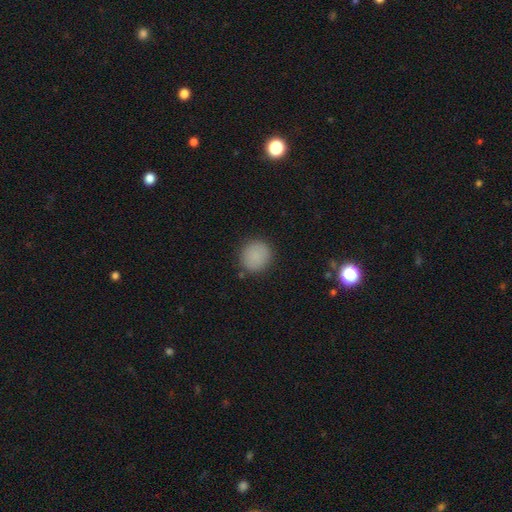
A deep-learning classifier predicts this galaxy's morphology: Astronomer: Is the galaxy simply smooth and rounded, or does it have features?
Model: smooth — 87%.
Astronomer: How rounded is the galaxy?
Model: round — 89%.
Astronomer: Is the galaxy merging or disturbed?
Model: none — 87%.